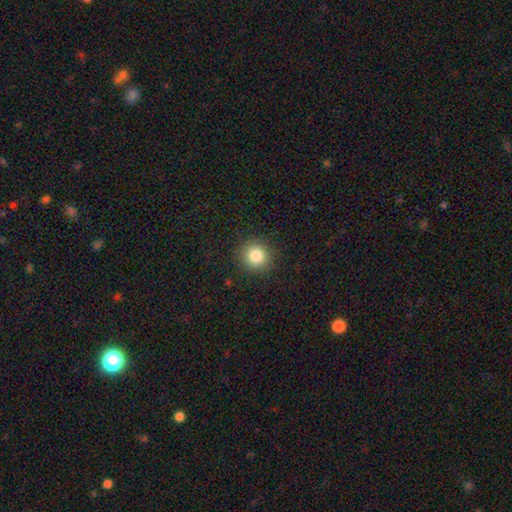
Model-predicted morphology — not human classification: This is clearly a smooth galaxy (84%). How rounded: clearly round (93%). Merging: clearly none (91%).